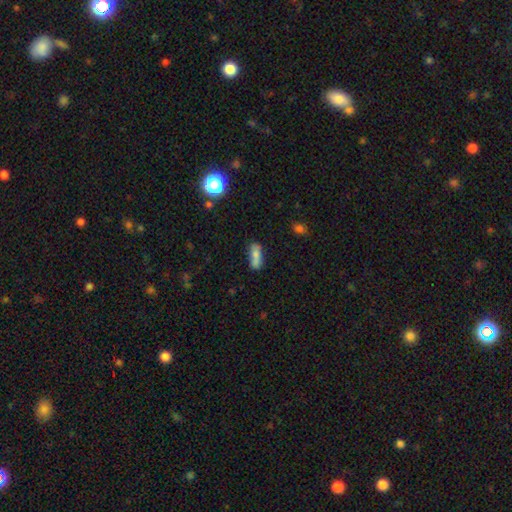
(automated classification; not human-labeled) Q: Smooth or featured?
A: smooth (71%); runner-up: featured or disk (19%)
Q: How rounded?
A: in between (64%); runner-up: cigar-shaped (32%)
Q: Merging?
A: none (51%); runner-up: merger (22%)